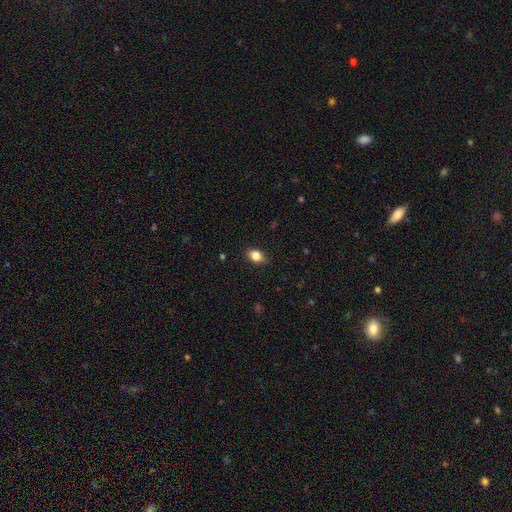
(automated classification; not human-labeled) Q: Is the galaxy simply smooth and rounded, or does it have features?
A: smooth — 85%.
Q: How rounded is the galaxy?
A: in between — 76%.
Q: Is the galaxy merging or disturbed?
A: none — 86%.